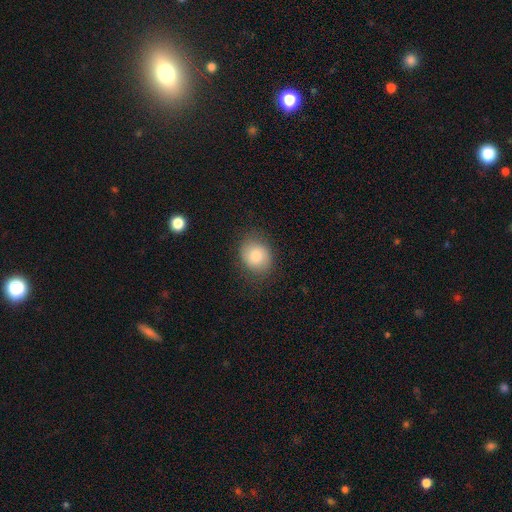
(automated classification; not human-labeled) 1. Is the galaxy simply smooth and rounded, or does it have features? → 81% smooth, 11% featured or disk, 8% star or artifact.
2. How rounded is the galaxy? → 59% round, 40% in between, 1% cigar-shaped.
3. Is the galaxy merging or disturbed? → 80% none, 15% minor disturbance, 4% major disturbance, 1% merger.